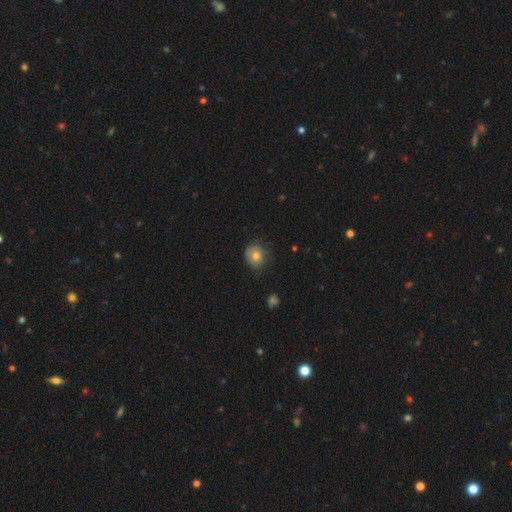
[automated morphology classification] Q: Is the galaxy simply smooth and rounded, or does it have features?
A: smooth — 77%.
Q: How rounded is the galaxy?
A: round — 71%.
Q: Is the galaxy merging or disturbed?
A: none — 70%.